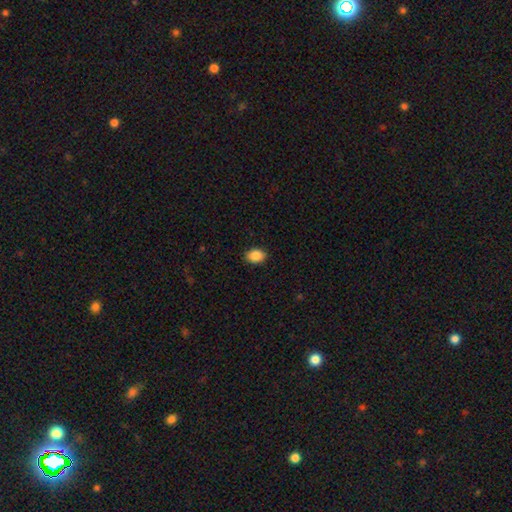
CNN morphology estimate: type=smooth (88%); roundness=in between (69%); merging=none (90%).